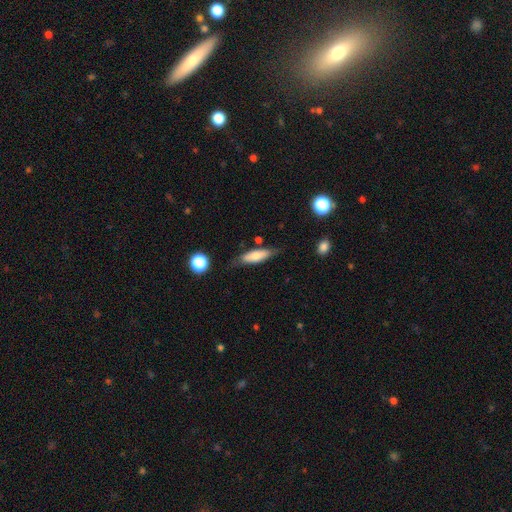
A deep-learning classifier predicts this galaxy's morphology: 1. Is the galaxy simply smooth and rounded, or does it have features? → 65% smooth, 28% featured or disk, 7% star or artifact.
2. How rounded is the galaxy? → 53% cigar-shaped, 45% in between, 2% round.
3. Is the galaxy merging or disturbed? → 70% none, 21% minor disturbance, 5% major disturbance, 3% merger.